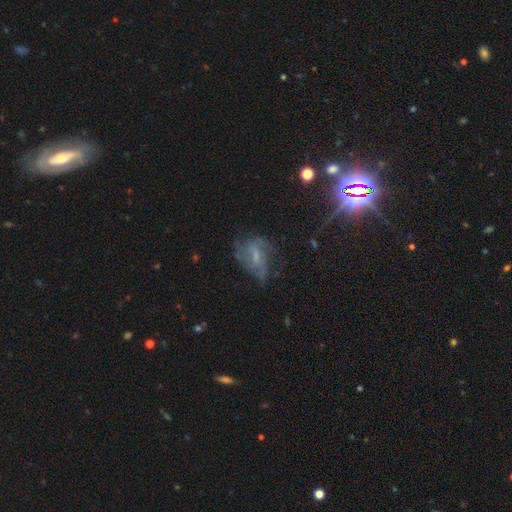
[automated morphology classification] A featured or disk galaxy (56%) with a weak bar (44%), spiral arms (69%) and a small central bulge (47%).

Vote fractions:
- Smooth or featured? featured or disk: 56% / smooth: 26% / star or artifact: 18%
- Edge-on disk? no: 95% / yes: 5%
- Bar? weak: 44% / no: 43% / strong: 13%
- Spiral arms? yes: 69% / no: 31%
- Bulge size? small: 47% / moderate: 27% / none: 23% / large: 2% / dominant: 1%
- Merging? none: 49% / major disturbance: 25% / minor disturbance: 24% / merger: 2%